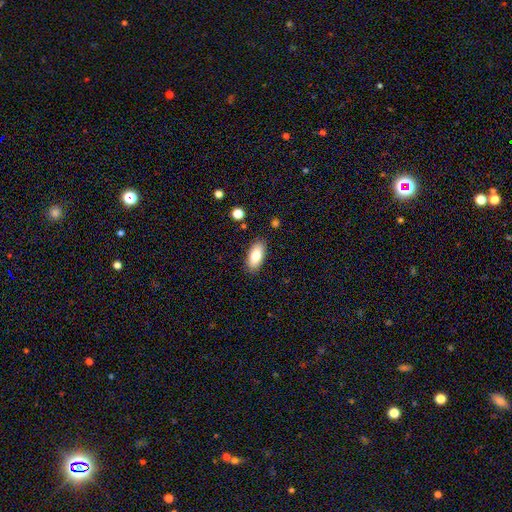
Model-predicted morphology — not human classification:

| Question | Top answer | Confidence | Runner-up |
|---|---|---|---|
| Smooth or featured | smooth | 80% | featured or disk (13%) |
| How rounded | in between | 88% | cigar-shaped (10%) |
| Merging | none | 87% | minor disturbance (10%) |